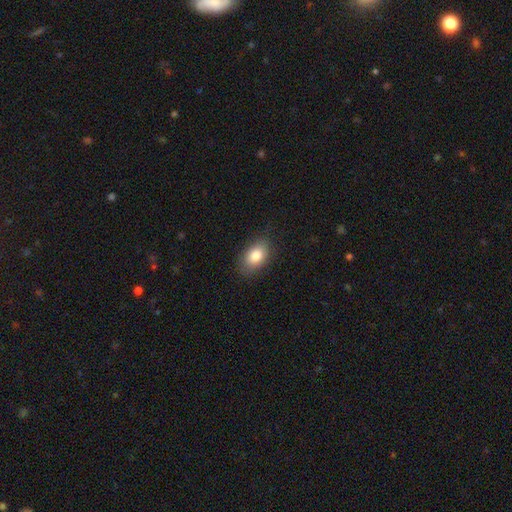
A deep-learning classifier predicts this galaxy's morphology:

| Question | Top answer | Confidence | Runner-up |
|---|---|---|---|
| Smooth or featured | smooth | 84% | featured or disk (9%) |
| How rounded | in between | 89% | round (10%) |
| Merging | none | 82% | minor disturbance (14%) |